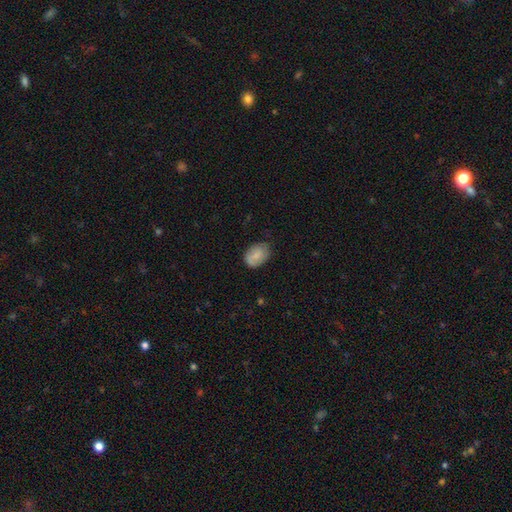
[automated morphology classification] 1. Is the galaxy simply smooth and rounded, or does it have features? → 78% smooth, 15% featured or disk, 7% star or artifact.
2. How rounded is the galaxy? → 76% in between, 22% round, 1% cigar-shaped.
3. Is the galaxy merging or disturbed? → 65% none, 28% minor disturbance, 5% major disturbance, 1% merger.